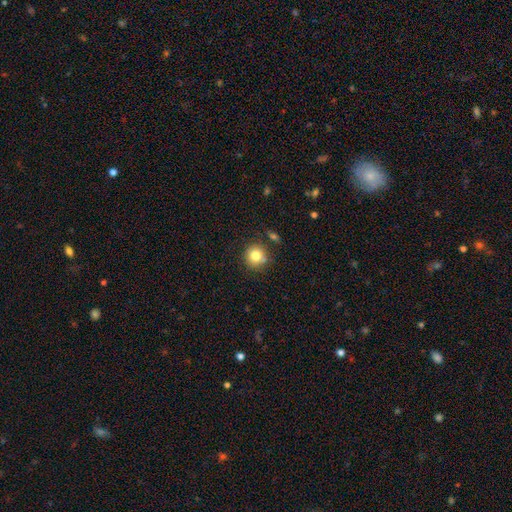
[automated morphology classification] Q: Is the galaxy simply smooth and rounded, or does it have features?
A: smooth — 80%.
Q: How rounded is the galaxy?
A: round — 91%.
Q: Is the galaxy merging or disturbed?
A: none — 77%.